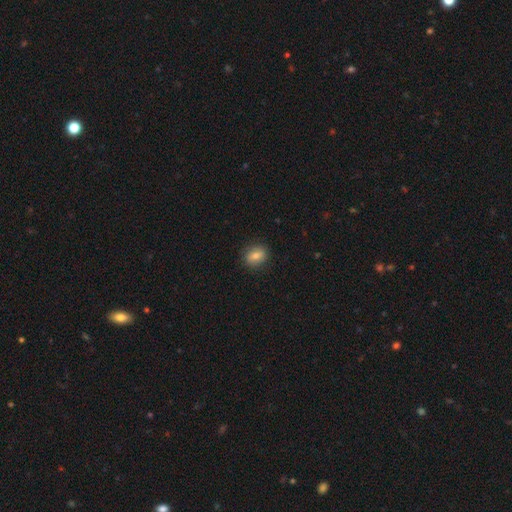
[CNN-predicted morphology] smooth 76%, featured or disk 15%, star or artifact 9%. Down the decision tree: how rounded — round (53%); merging — none (86%).